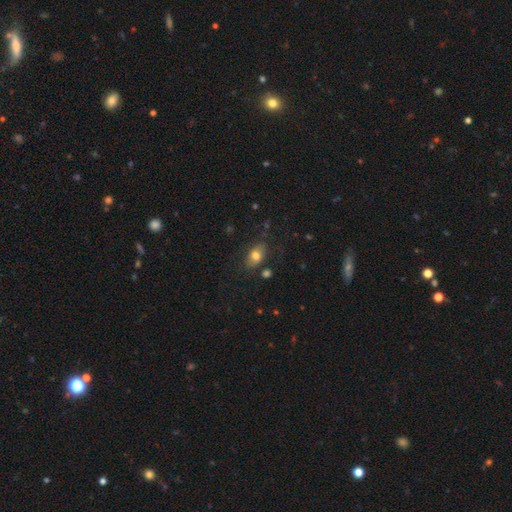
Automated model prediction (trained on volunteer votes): Smooth or featured: smooth — 76% (featured or disk — 15%)
How rounded: in between — 83% (round — 13%)
Merging: none — 76% (minor disturbance — 16%)